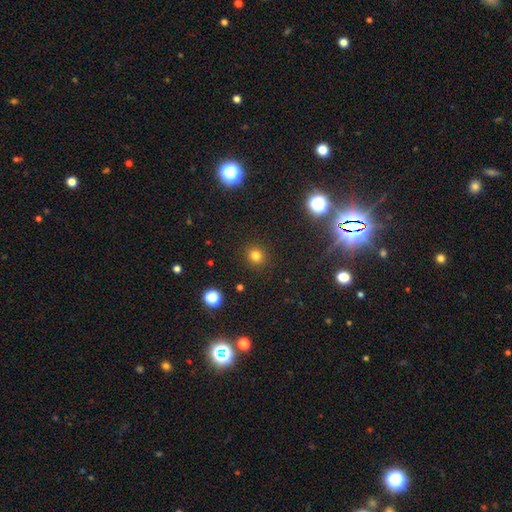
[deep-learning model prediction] This appears to be a smooth galaxy with no disk features (77%) that is round (88%). Merging: none (90%).